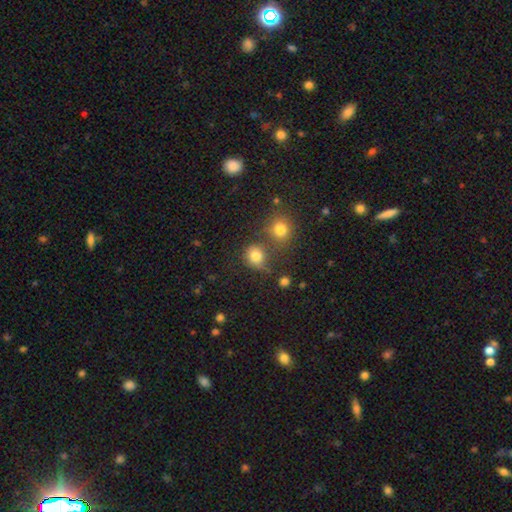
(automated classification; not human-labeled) Morphology: type=smooth (79%); roundness=round (76%); merging=none (60%).